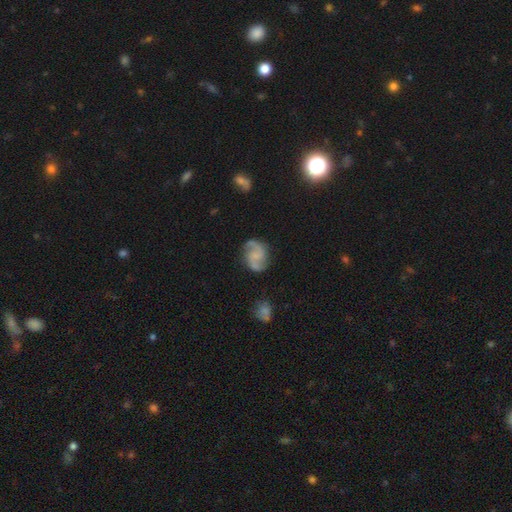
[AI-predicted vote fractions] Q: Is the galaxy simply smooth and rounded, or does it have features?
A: featured or disk — 85%.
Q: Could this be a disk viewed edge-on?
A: no — 98%.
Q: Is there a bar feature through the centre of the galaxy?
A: no — 52%.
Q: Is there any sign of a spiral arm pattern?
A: yes — 97%.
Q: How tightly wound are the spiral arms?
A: medium — 53%.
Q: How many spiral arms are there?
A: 2 — 93%.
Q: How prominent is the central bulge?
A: small — 42%.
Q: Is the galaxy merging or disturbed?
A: none — 79%.